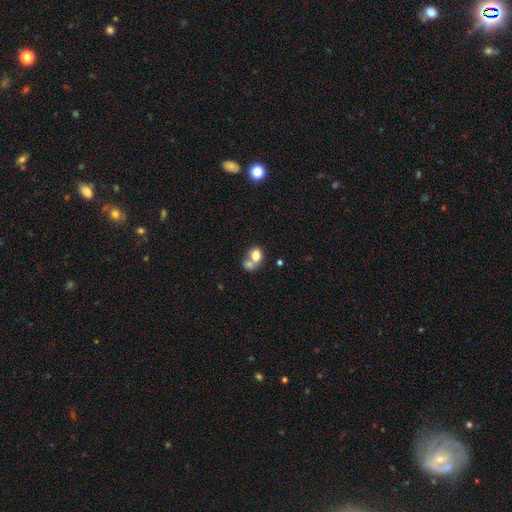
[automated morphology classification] smooth_or_featured: smooth (p=0.74) [alt: featured or disk p=0.16]
how_rounded: in between (p=0.56) [alt: round p=0.43]
merging: merger (p=0.63) [alt: none p=0.25]